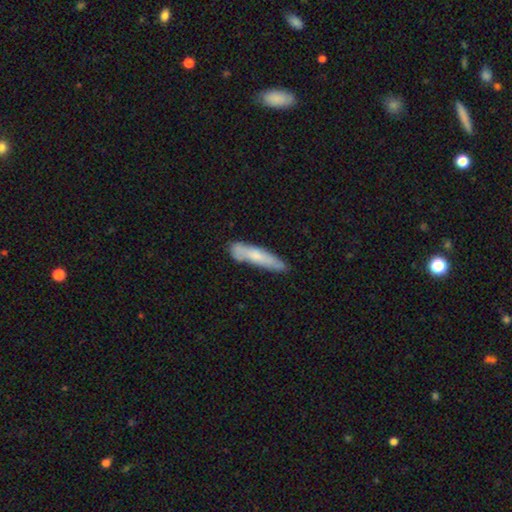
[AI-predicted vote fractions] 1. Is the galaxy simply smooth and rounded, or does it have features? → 66% smooth, 28% featured or disk, 6% star or artifact.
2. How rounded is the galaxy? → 84% cigar-shaped, 14% in between, 1% round.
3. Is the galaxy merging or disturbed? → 67% none, 24% minor disturbance, 5% major disturbance, 4% merger.